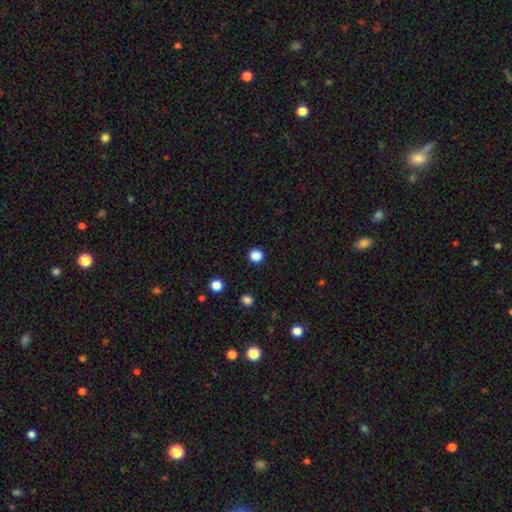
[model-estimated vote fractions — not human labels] Morphology: type=smooth (85%); roundness=round (94%); merging=none (92%).